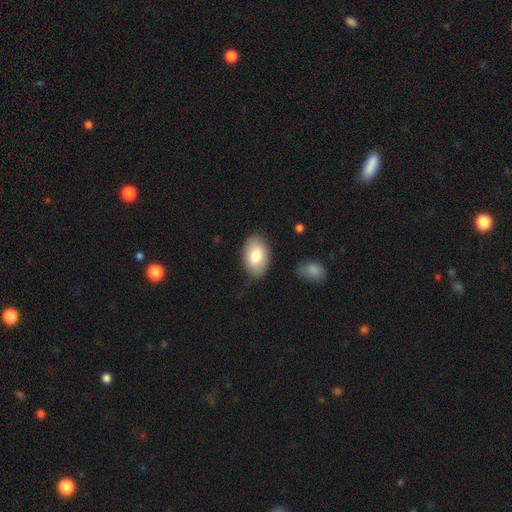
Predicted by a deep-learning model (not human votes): A smooth galaxy with no disk features (80%) that is in between round and cigar-shaped (92%). Merging: none (82%).